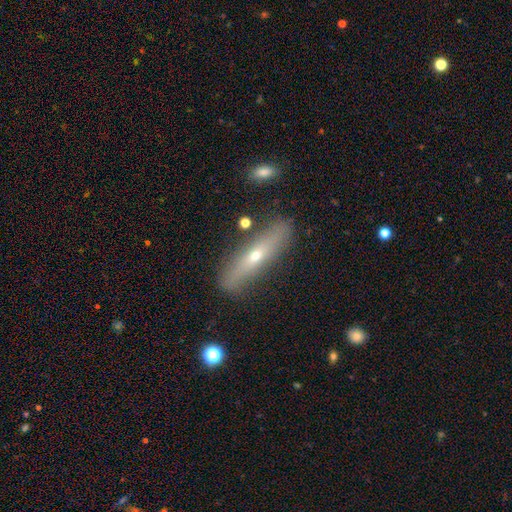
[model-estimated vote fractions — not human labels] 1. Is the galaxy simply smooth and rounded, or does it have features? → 55% featured or disk, 37% smooth, 8% star or artifact.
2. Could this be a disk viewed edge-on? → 77% yes, 23% no.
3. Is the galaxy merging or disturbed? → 81% none, 13% minor disturbance, 3% major disturbance, 3% merger.